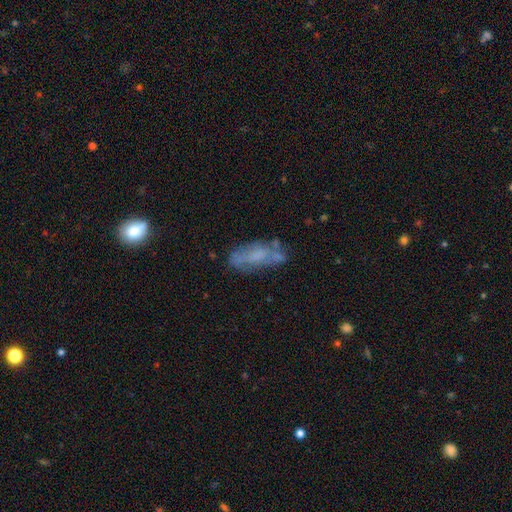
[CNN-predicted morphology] Smooth or featured? featured or disk (47%)
Merging? none (52%)